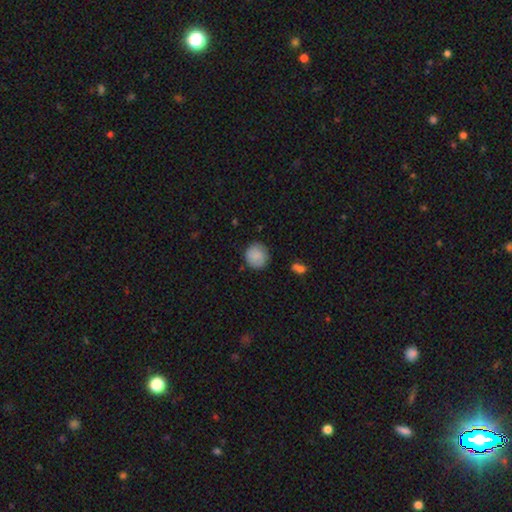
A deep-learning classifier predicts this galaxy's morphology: smooth 83%, featured or disk 10%, star or artifact 7%. Down the decision tree: how rounded — round (89%); merging — none (83%).